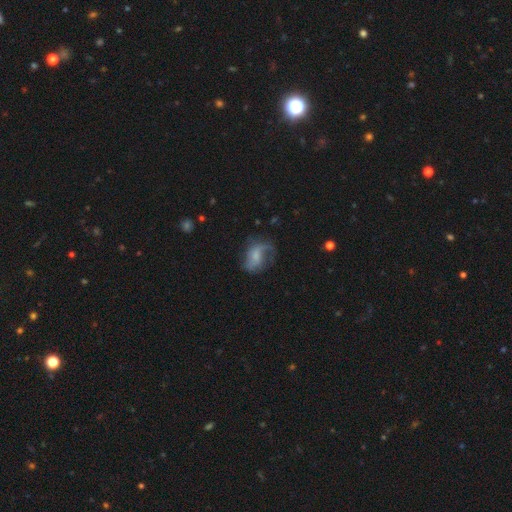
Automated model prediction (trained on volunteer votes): Smooth or featured? Predicted: featured or disk (p=0.59). Edge-on disk? Predicted: no (p=0.97). Bar? Predicted: no (p=0.52). Spiral arms? Predicted: yes (p=0.82). Bulge size? Predicted: small (p=0.37). Merging? Predicted: none (p=0.42).